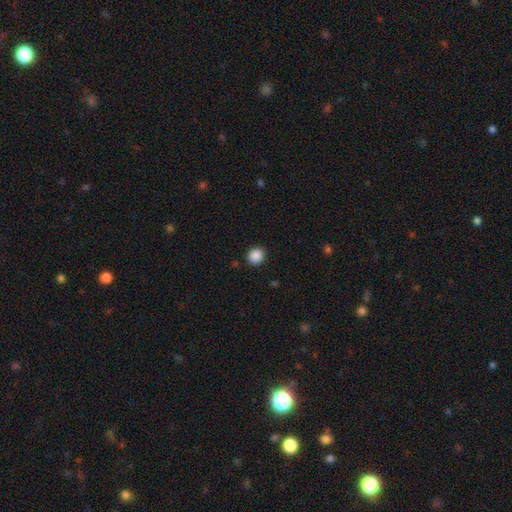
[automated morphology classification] smooth 88%, star or artifact 9%, featured or disk 2%. Down the decision tree: how rounded — round (87%); merging — none (91%).